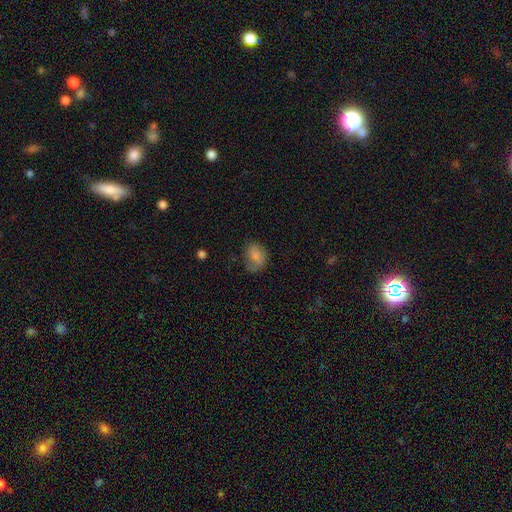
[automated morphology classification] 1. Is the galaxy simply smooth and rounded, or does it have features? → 75% smooth, 16% featured or disk, 10% star or artifact.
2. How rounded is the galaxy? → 67% in between, 32% round, 1% cigar-shaped.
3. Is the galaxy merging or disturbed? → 53% none, 29% minor disturbance, 16% major disturbance, 2% merger.